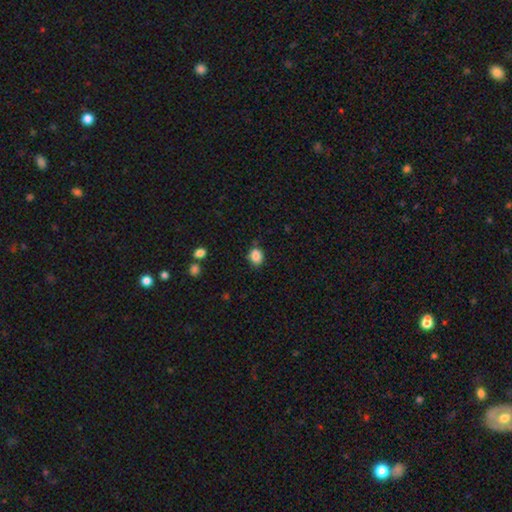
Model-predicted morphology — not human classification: Overall: smooth (86%). How rounded: round (62%; in between 37%). Merging: none (75%).